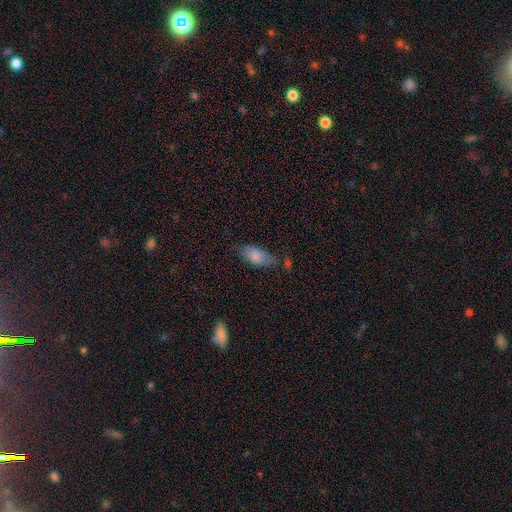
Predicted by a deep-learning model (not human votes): smooth-or-featured: smooth: 76% | featured or disk: 16% | star or artifact: 8%
  how-rounded: in between: 85% | cigar-shaped: 12% | round: 3%
  merging: none: 56% | minor disturbance: 29% | major disturbance: 9% | merger: 6%